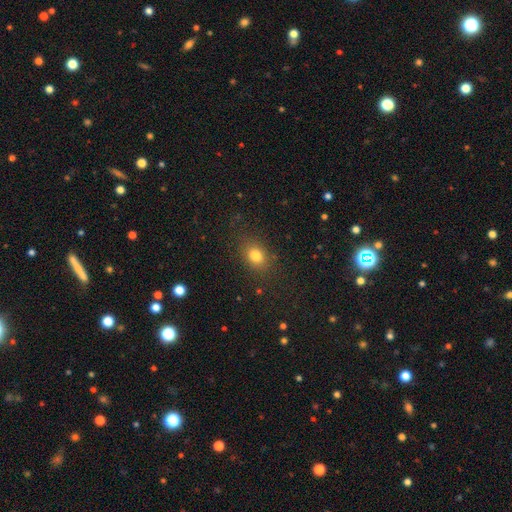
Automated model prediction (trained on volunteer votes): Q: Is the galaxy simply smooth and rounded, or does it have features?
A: smooth — 80%.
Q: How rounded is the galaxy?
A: in between — 62%.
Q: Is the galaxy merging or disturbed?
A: none — 82%.